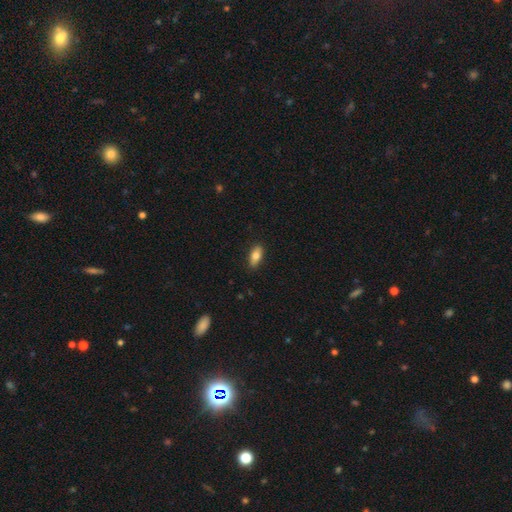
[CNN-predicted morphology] Smooth or featured: smooth — 79% (featured or disk — 15%)
How rounded: in between — 85% (cigar-shaped — 12%)
Merging: none — 85% (minor disturbance — 12%)